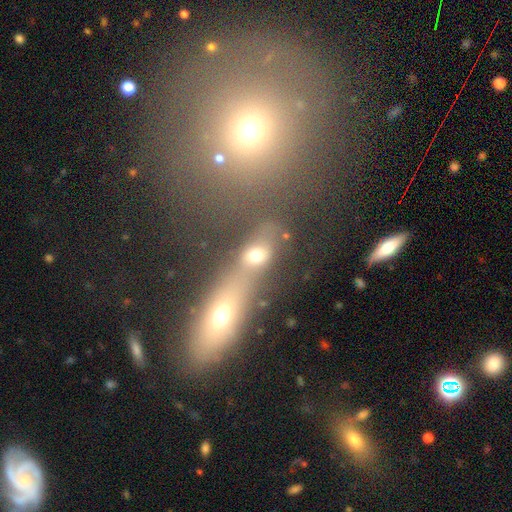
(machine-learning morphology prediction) This appears to be a smooth galaxy with no disk features (59%) that is in between round and cigar-shaped (53%). Merging: merger (52%).